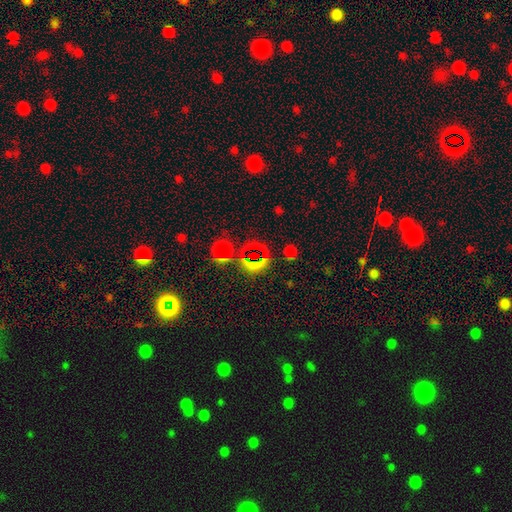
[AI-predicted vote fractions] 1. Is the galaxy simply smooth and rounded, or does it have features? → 61% star or artifact, 30% smooth, 9% featured or disk.